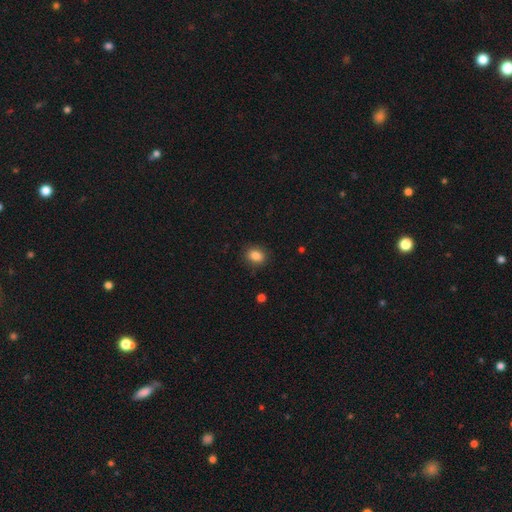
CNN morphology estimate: Smooth or featured? Predicted: smooth (p=0.85). How rounded? Predicted: in between (p=0.52). Merging? Predicted: none (p=0.87).